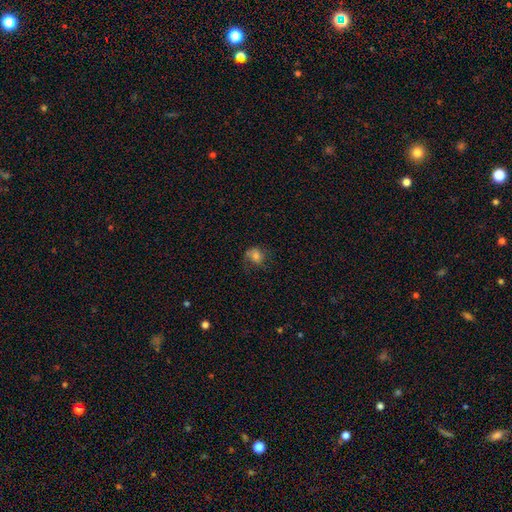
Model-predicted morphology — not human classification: A smooth galaxy with no disk features (65%) that is round (58%). Merging: none (53%).